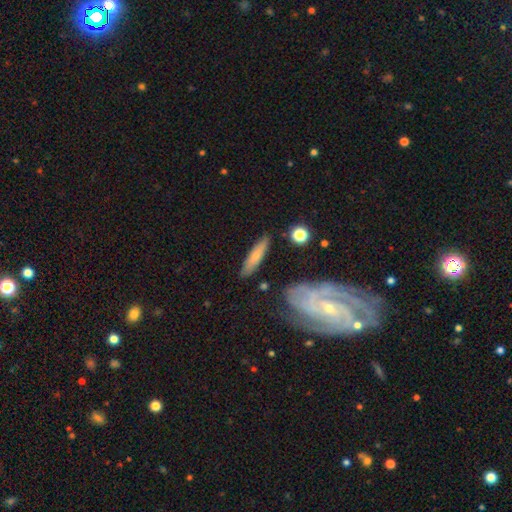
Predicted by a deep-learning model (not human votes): The model was most divided on "smooth or featured": smooth: 68%, featured or disk: 26%, star or artifact: 6%. More confident: merging — none (83%); how rounded — cigar-shaped (76%).